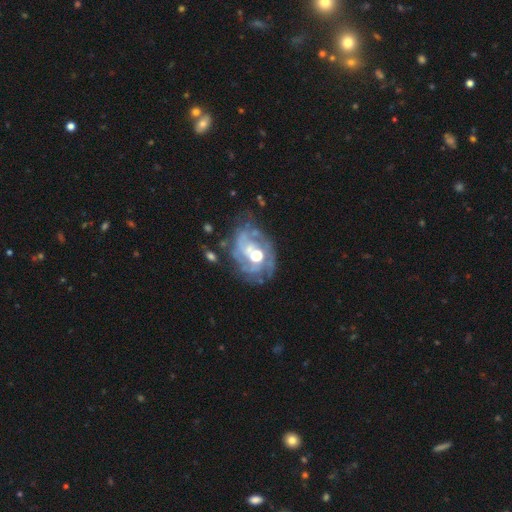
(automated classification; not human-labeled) A featured or disk galaxy (77%) with no bar (76%), tight (47%) spiral arms (71%) and a moderate central bulge (60%).

Vote fractions:
- Smooth or featured? featured or disk: 77% / smooth: 13% / star or artifact: 10%
- Edge-on disk? no: 97% / yes: 3%
- Bar? no: 76% / weak: 18% / strong: 6%
- Spiral arms? yes: 71% / no: 29%
- Spiral winding? tight: 47% / medium: 36% / loose: 17%
- Spiral arm count? can't tell: 41% / 2: 24% / 3: 14% / 1: 8% / 4: 7% / more than 4: 6%
- Bulge size? moderate: 60% / large: 26% / small: 8% / none: 3% / dominant: 3%
- Merging? none: 51% / minor disturbance: 22% / major disturbance: 20% / merger: 7%